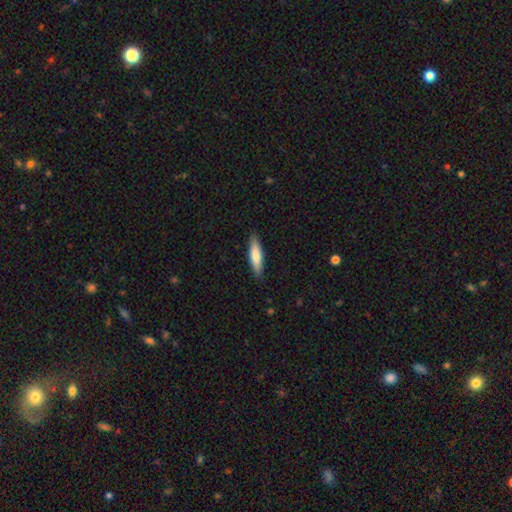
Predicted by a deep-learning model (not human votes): smooth_or_featured: smooth (p=0.72) [alt: featured or disk p=0.23]
how_rounded: cigar-shaped (p=0.71) [alt: in between p=0.28]
merging: none (p=0.89) [alt: minor disturbance p=0.09]